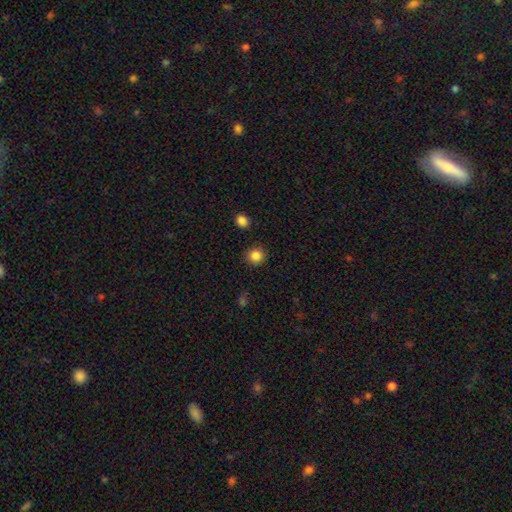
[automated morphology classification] Smooth or featured?
  - smooth: 86% *
  - star or artifact: 10%
  - featured or disk: 4%
How rounded?
  - round: 91% *
  - in between: 8%
  - cigar-shaped: 1%
Merging?
  - none: 89% *
  - minor disturbance: 6%
  - major disturbance: 2%
  - merger: 2%